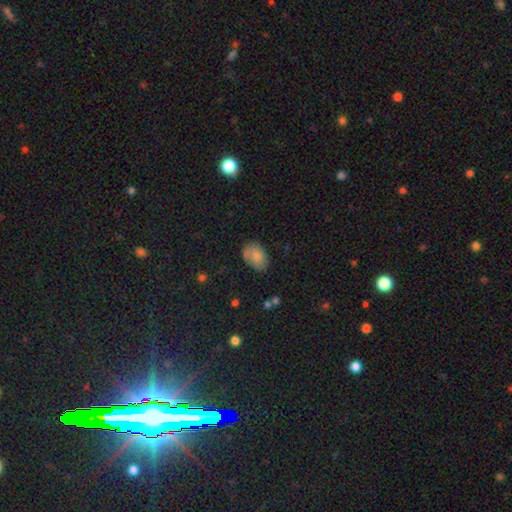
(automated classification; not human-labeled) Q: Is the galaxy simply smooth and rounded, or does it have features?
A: smooth — 81%.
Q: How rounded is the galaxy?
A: in between — 85%.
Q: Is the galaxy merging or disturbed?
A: none — 67%.